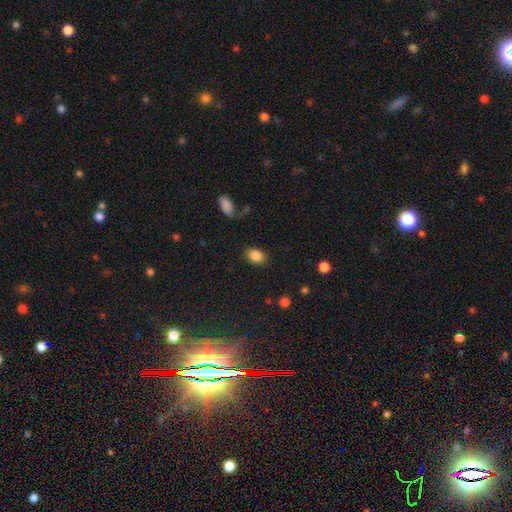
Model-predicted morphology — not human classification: Smooth or featured? smooth (86%)
How rounded? in between (72%)
Merging? none (84%)